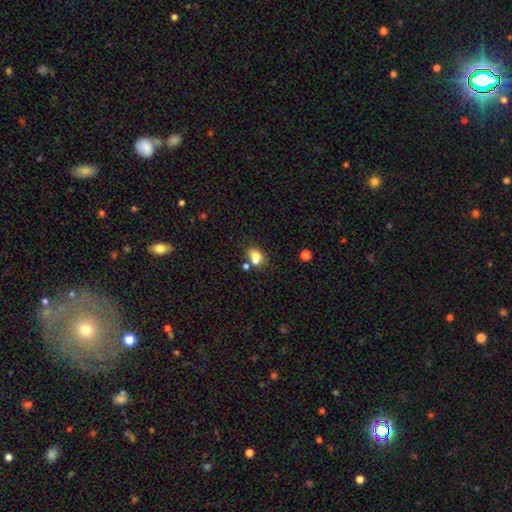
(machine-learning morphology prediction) This appears to be a smooth galaxy with no disk features (75%) that is in between round and cigar-shaped (61%). Merging: none (41%).